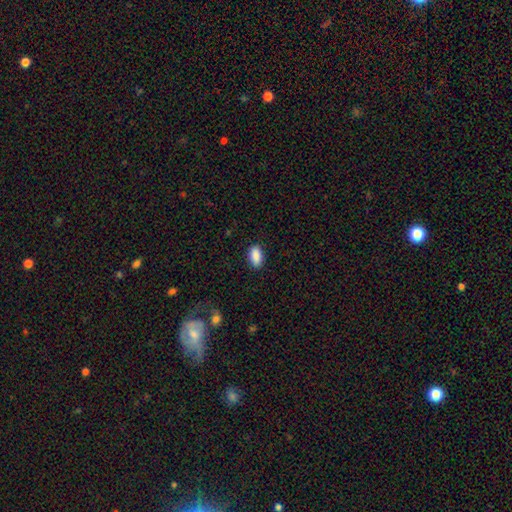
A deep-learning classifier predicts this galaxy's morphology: Smooth or featured? Predicted: smooth (p=0.89). How rounded? Predicted: in between (p=0.91). Merging? Predicted: none (p=0.88).